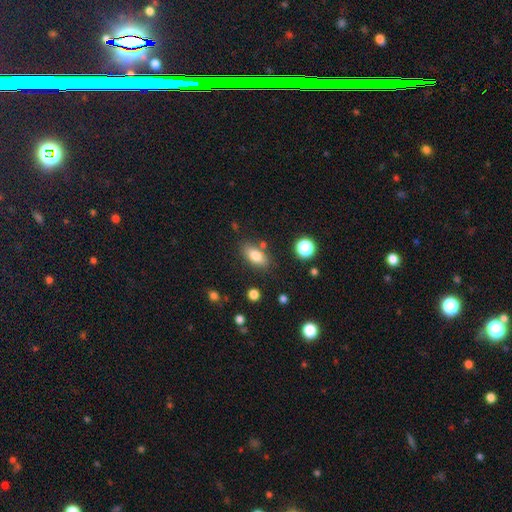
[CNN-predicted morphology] This is likely a smooth galaxy (79%). How rounded: clearly in between (86%). Merging: likely none (77%).